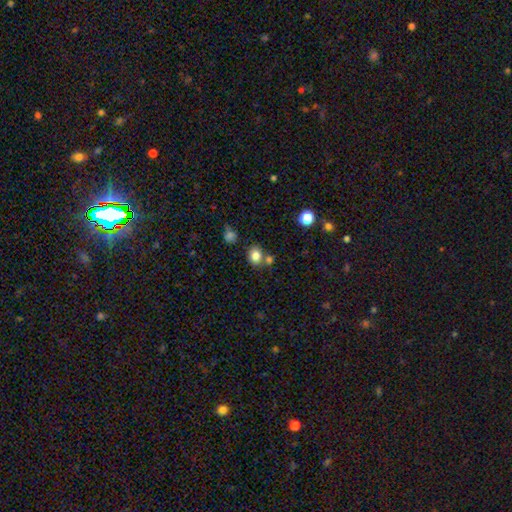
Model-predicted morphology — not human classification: Q: Smooth or featured?
A: smooth (82%); runner-up: star or artifact (12%)
Q: How rounded?
A: round (59%); runner-up: in between (40%)
Q: Merging?
A: none (66%); runner-up: merger (19%)